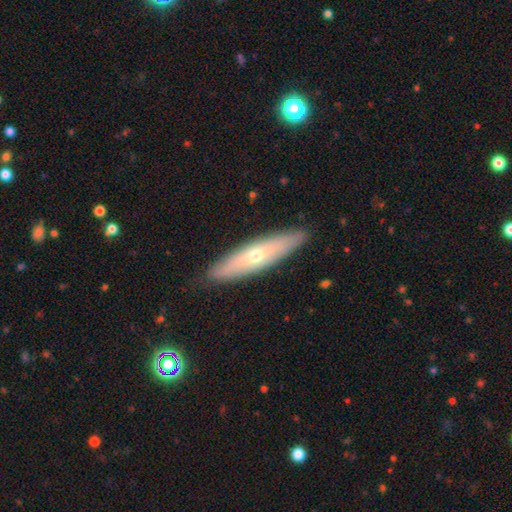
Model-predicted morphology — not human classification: type=featured or disk (49%); merging=none (88%).